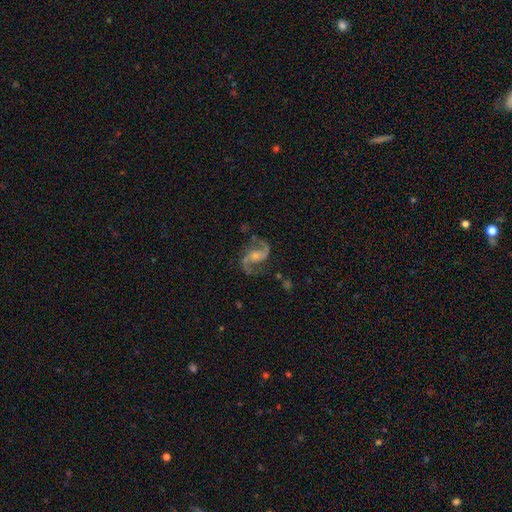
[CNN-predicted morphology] Smooth or featured? Predicted: featured or disk (p=0.90). Edge-on disk? Predicted: no (p=0.98). Bar? Predicted: no (p=0.51). Spiral arms? Predicted: yes (p=0.98). Spiral winding? Predicted: medium (p=0.48). Spiral arm count? Predicted: 2 (p=0.94). Bulge size? Predicted: small (p=0.51). Merging? Predicted: none (p=0.74).